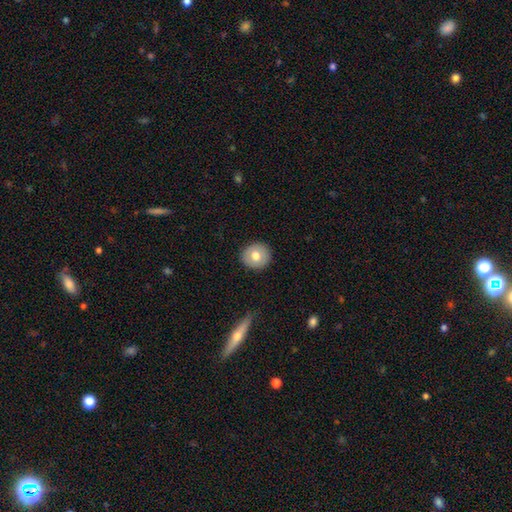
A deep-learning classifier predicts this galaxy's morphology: smooth 73%, featured or disk 20%, star or artifact 8%. Down the decision tree: how rounded — round (92%); merging — none (90%).